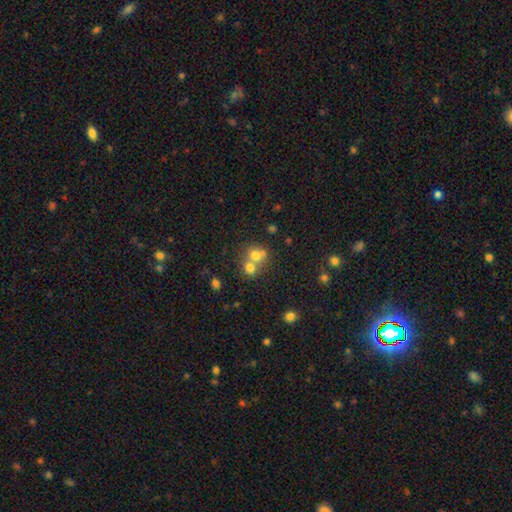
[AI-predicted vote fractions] Smooth or featured? Predicted: smooth (p=0.68). How rounded? Predicted: round (p=0.74). Merging? Predicted: merger (p=0.60).